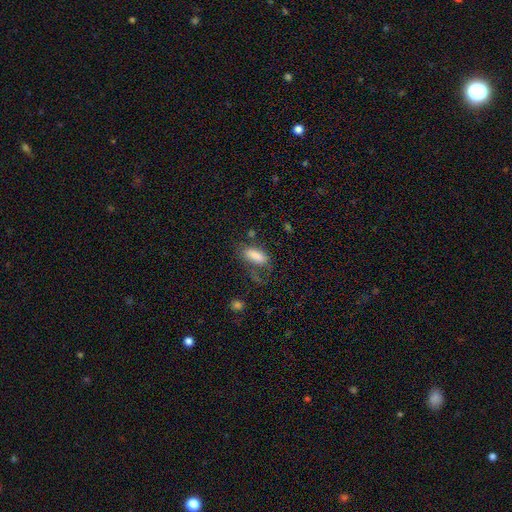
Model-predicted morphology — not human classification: smooth_or_featured: smooth (p=0.81) [alt: featured or disk p=0.11]
how_rounded: in between (p=0.83) [alt: cigar-shaped p=0.14]
merging: none (p=0.46) [alt: major disturbance p=0.25]